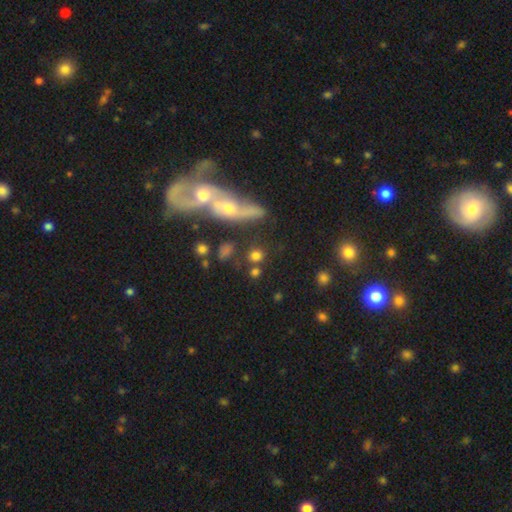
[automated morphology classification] smooth-or-featured: smooth: 74% | star or artifact: 14% | featured or disk: 12%
  how-rounded: round: 75% | in between: 20% | cigar-shaped: 5%
  merging: none: 65% | merger: 19% | minor disturbance: 10% | major disturbance: 6%